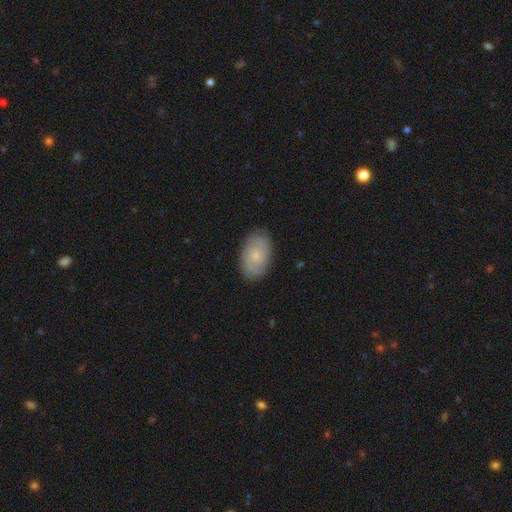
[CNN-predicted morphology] type=smooth (58%); roundness=in between (91%); merging=none (84%).